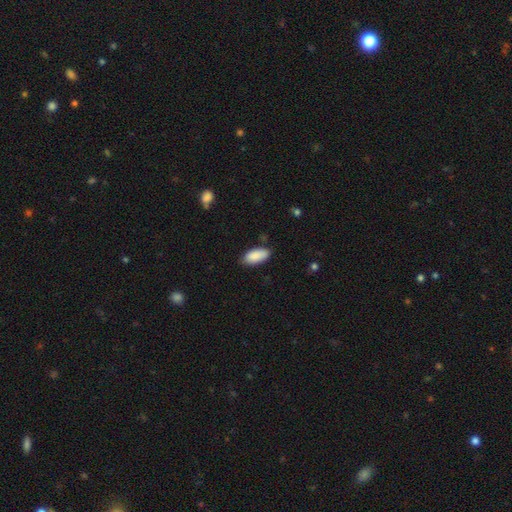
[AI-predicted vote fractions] A smooth galaxy with no disk features (89%) that is in between round and cigar-shaped (90%).

Vote fractions:
- Smooth or featured? smooth: 89% / star or artifact: 6% / featured or disk: 5%
- How rounded? in between: 90% / cigar-shaped: 9% / round: 2%
- Merging? none: 81% / minor disturbance: 15% / major disturbance: 2% / merger: 1%